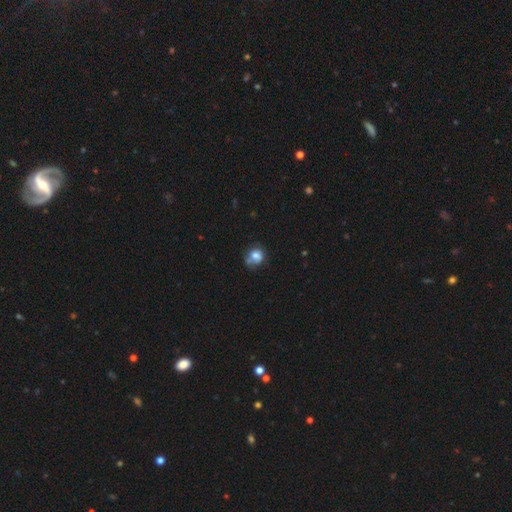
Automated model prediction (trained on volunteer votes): smooth-or-featured: smooth: 71% | featured or disk: 19% | star or artifact: 11%
  how-rounded: round: 68% | in between: 31% | cigar-shaped: 1%
  merging: none: 45% | minor disturbance: 26% | merger: 18% | major disturbance: 11%